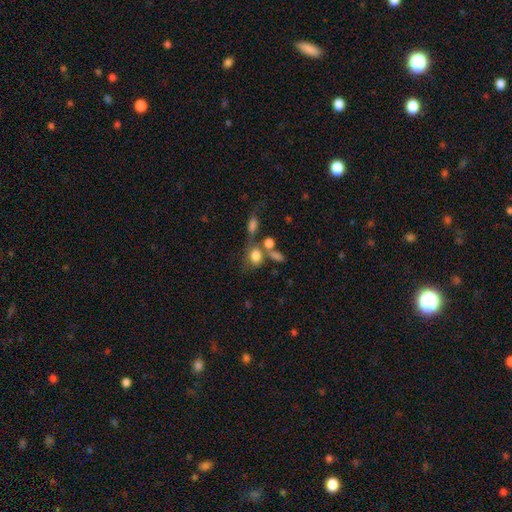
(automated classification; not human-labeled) Smooth or featured? smooth (77%)
How rounded? in between (58%)
Merging? none (38%)